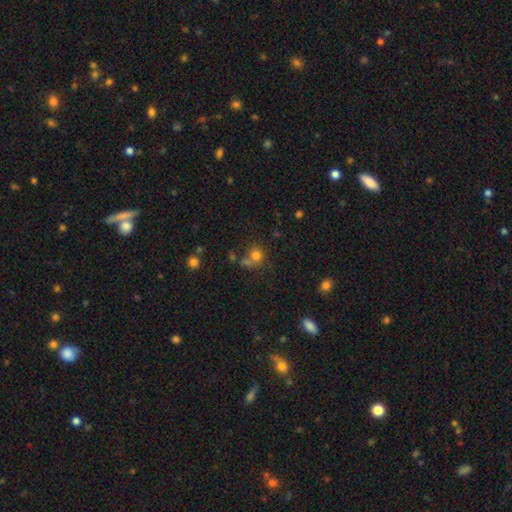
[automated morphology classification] Smooth or featured: smooth — 73% (star or artifact — 16%)
How rounded: round — 79% (in between — 20%)
Merging: none — 48% (merger — 33%)